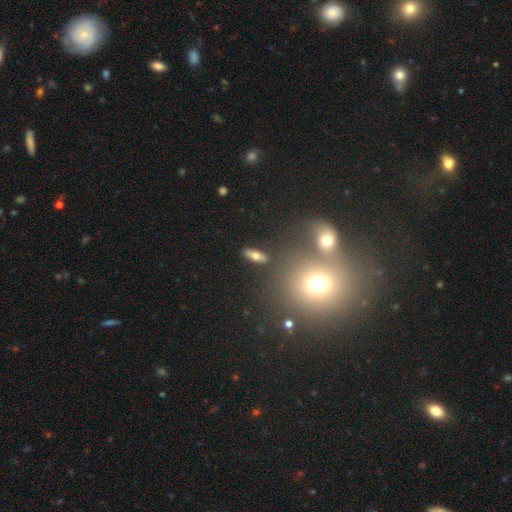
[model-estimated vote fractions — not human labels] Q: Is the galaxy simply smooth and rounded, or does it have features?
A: smooth — 60%.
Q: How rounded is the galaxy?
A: in between — 65%.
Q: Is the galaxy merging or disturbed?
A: none — 83%.